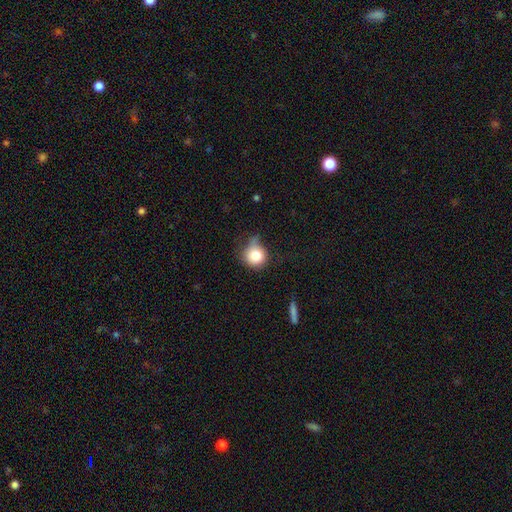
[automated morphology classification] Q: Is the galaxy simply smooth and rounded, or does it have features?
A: smooth — 80%.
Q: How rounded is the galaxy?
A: round — 88%.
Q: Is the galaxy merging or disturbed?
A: none — 48%.